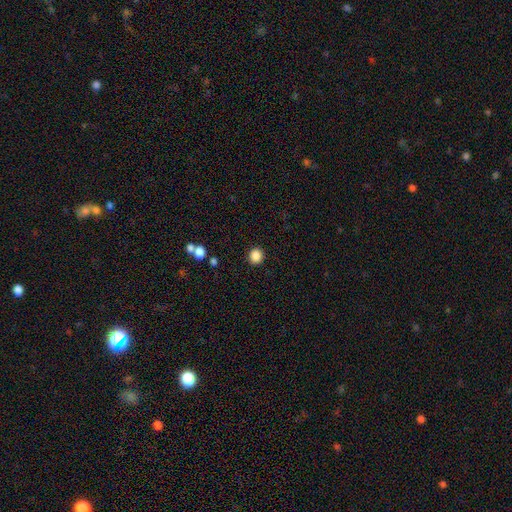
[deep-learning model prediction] Smooth or featured?
  - smooth: 86% *
  - star or artifact: 10%
  - featured or disk: 3%
How rounded?
  - round: 87% *
  - in between: 12%
  - cigar-shaped: 1%
Merging?
  - none: 90% *
  - minor disturbance: 6%
  - major disturbance: 2%
  - merger: 2%